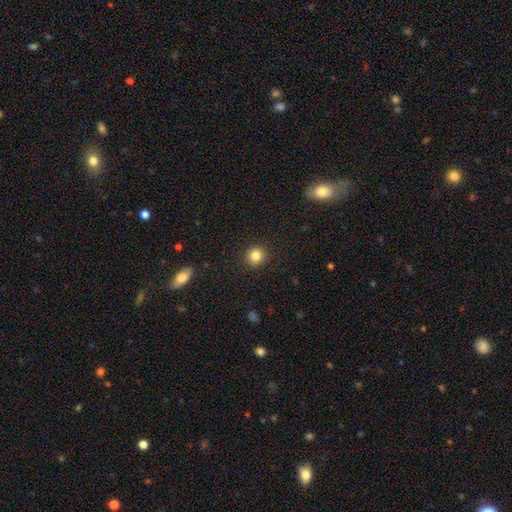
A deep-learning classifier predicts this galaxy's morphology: A smooth galaxy with no disk features (83%) that is round (89%).

Vote fractions:
- Smooth or featured? smooth: 83% / star or artifact: 12% / featured or disk: 5%
- How rounded? round: 89% / in between: 10% / cigar-shaped: 1%
- Merging? none: 91% / minor disturbance: 6% / major disturbance: 2% / merger: 1%